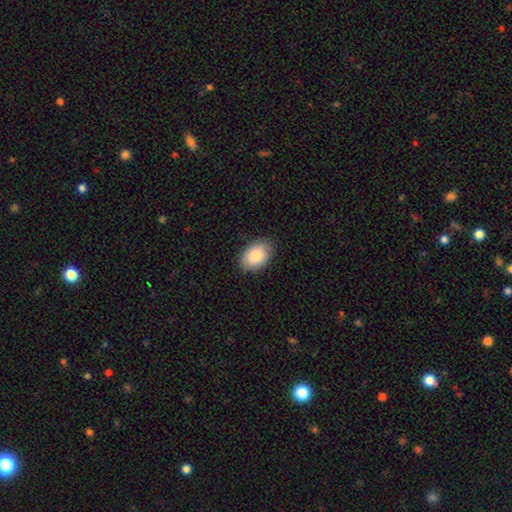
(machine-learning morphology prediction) Smooth or featured: smooth — 88% (star or artifact — 6%)
How rounded: in between — 89% (round — 10%)
Merging: none — 86% (minor disturbance — 11%)